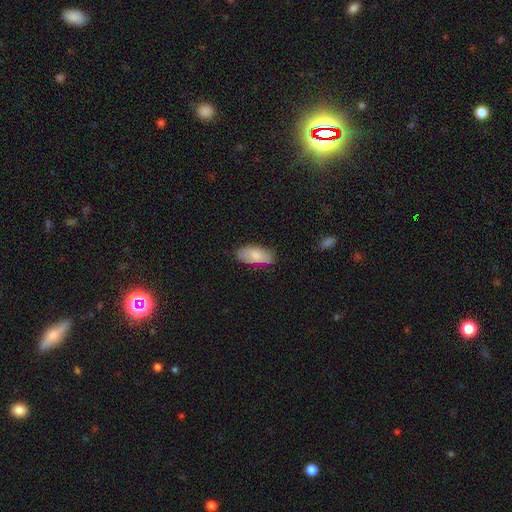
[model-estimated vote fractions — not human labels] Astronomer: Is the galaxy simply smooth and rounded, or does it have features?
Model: smooth — 78%.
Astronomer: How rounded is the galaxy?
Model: in between — 91%.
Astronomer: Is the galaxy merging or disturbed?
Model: none — 76%.